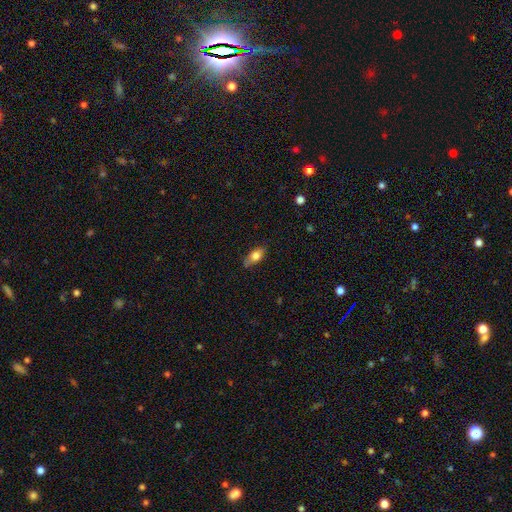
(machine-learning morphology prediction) Smooth or featured: smooth — 73% (featured or disk — 19%)
How rounded: in between — 81% (cigar-shaped — 13%)
Merging: none — 72% (minor disturbance — 22%)